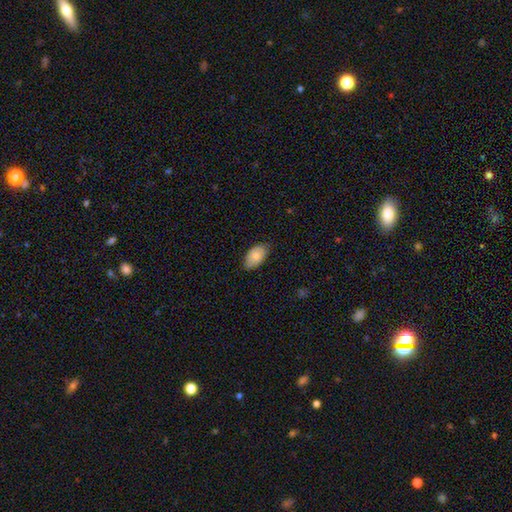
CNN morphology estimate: smooth_or_featured: smooth (p=0.80) [alt: featured or disk p=0.14]
how_rounded: in between (p=0.94) [alt: round p=0.04]
merging: none (p=0.76) [alt: minor disturbance p=0.20]